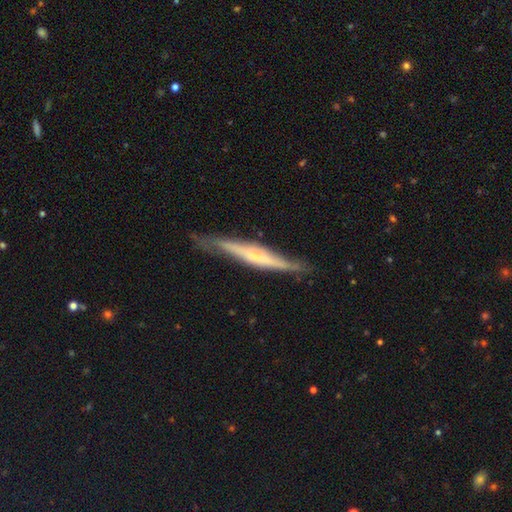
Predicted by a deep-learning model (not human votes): This appears to be a featured or disk galaxy (66%) viewed edge-on (91%) with a rounded central bulge (52%). Merging: none (76%).